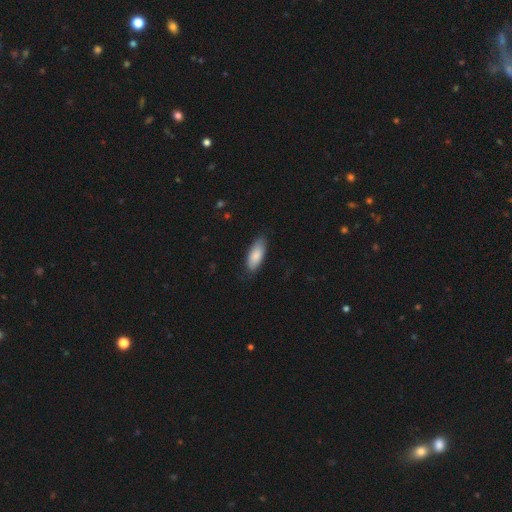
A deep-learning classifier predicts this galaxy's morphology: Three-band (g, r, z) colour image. It shows a smooth galaxy with no disk features (86%) that is in between round and cigar-shaped (79%). Merging: none (81%).